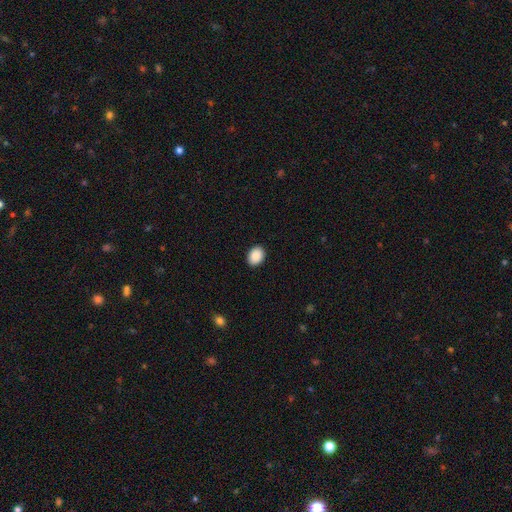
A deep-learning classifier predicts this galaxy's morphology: Smooth or featured? Predicted: smooth (p=0.90). How rounded? Predicted: in between (p=0.67). Merging? Predicted: none (p=0.91).